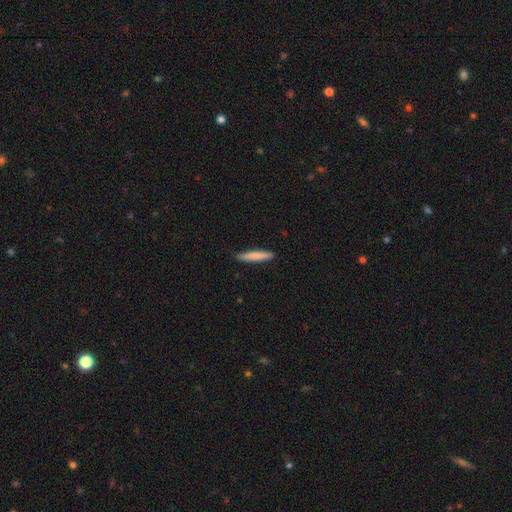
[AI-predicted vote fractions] Morphology: type=smooth (79%); roundness=cigar-shaped (93%); merging=none (90%).